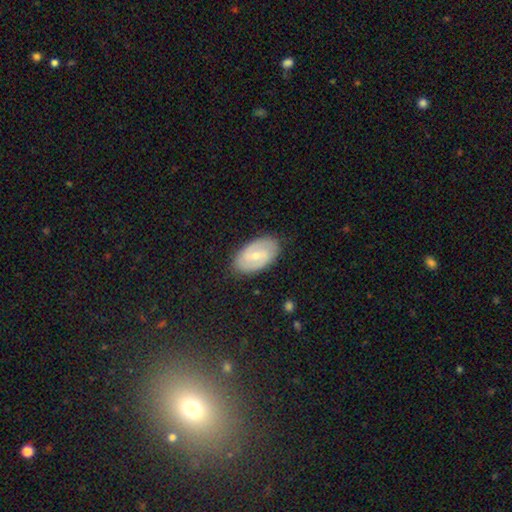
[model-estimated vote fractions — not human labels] A featured or disk galaxy (60%) with a weak bar (56%), spiral arms (80%) and a small central bulge (58%).

Vote fractions:
- Smooth or featured? featured or disk: 60% / smooth: 34% / star or artifact: 6%
- Edge-on disk? no: 95% / yes: 5%
- Bar? weak: 56% / no: 29% / strong: 15%
- Spiral arms? yes: 80% / no: 20%
- Bulge size? small: 58% / moderate: 38% / none: 2% / large: 1% / dominant: 1%
- Merging? none: 85% / minor disturbance: 12% / major disturbance: 3% / merger: 1%